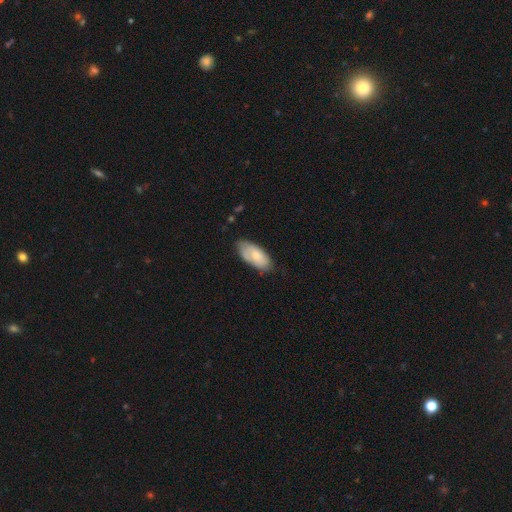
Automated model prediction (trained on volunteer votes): This appears to be a smooth galaxy with no disk features (68%) that is in between round and cigar-shaped (91%). Merging: none (68%).